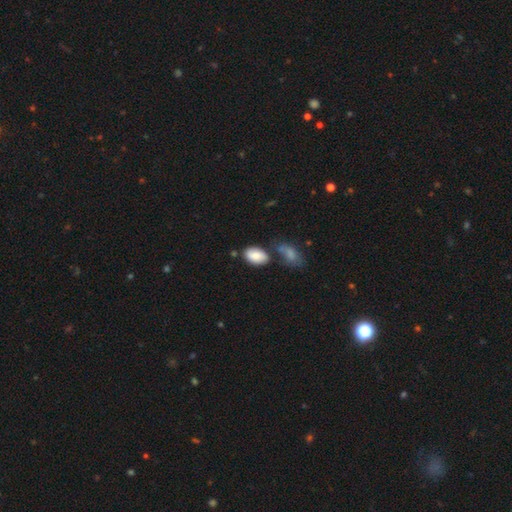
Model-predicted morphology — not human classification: This appears to be a smooth galaxy with no disk features (84%) that is in between round and cigar-shaped (92%). Merging: none (56%).